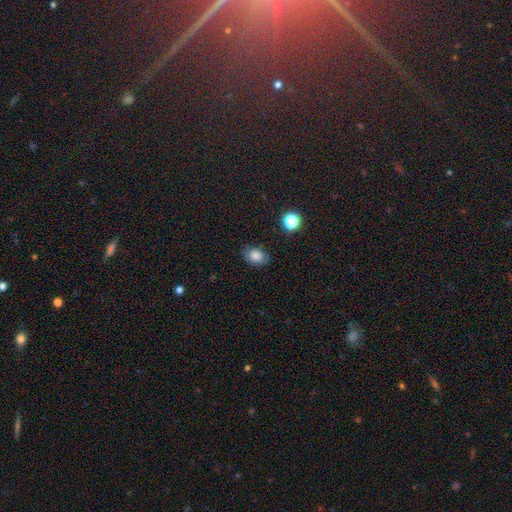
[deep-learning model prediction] Smooth or featured?
  - smooth: 81% *
  - star or artifact: 11%
  - featured or disk: 8%
How rounded?
  - in between: 68% *
  - round: 31%
  - cigar-shaped: 1%
Merging?
  - none: 78% *
  - minor disturbance: 17%
  - major disturbance: 4%
  - merger: 2%